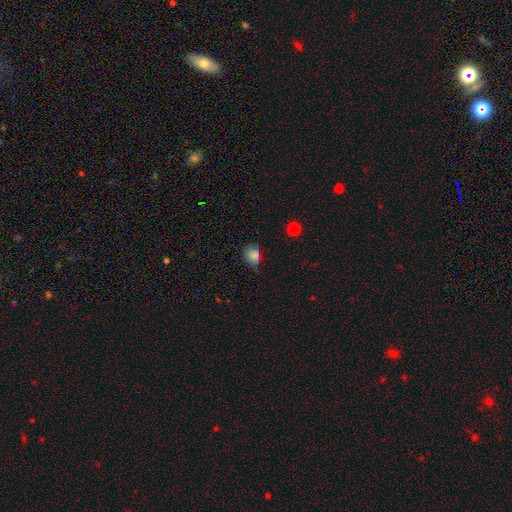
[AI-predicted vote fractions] A smooth galaxy with no disk features (81%) that is round (50%). Merging: none (62%).